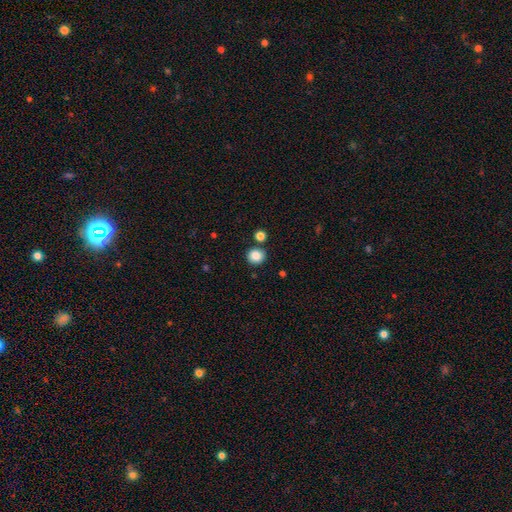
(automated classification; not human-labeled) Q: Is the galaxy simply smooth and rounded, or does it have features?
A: smooth — 86%.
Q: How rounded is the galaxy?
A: round — 86%.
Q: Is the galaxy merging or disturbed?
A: none — 84%.